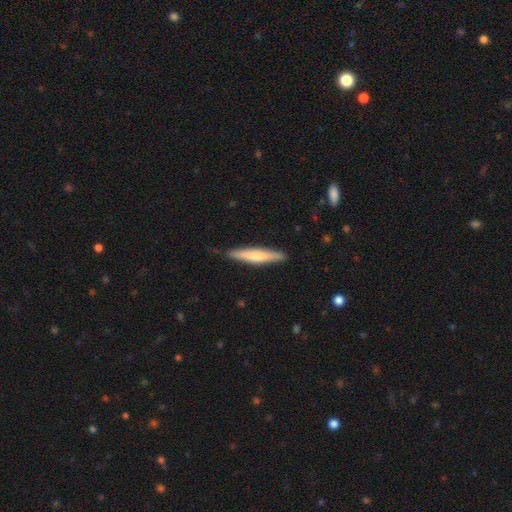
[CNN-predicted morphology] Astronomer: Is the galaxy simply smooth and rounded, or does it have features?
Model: smooth — 60% (runner-up: featured or disk, 35%).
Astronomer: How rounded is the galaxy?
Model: cigar-shaped — 93%.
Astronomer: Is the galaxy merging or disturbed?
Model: none — 86%.